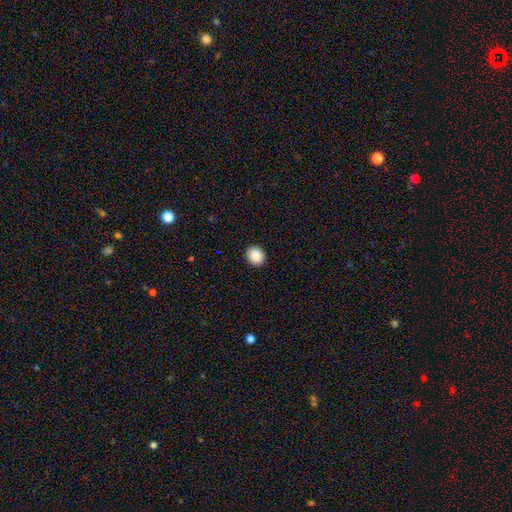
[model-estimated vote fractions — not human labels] Smooth or featured: smooth — 88% (star or artifact — 8%)
How rounded: round — 70% (in between — 29%)
Merging: none — 92% (minor disturbance — 6%)